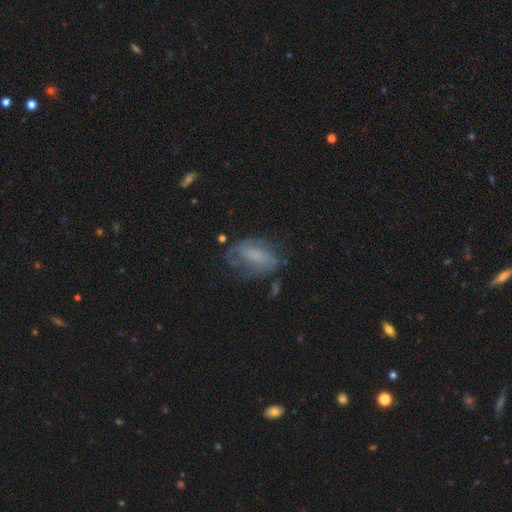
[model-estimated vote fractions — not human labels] Smooth or featured? Predicted: featured or disk (p=0.50). Merging? Predicted: none (p=0.49).